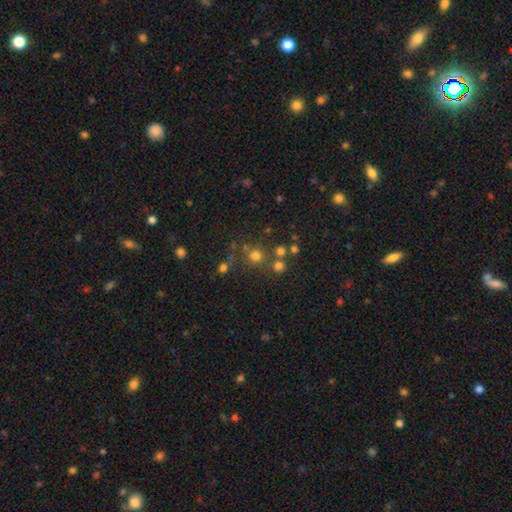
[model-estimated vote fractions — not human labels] A smooth galaxy with no disk features (56%) that is round (91%).

Vote fractions:
- Smooth or featured? smooth: 56% / star or artifact: 33% / featured or disk: 10%
- How rounded? round: 91% / in between: 8% / cigar-shaped: 1%
- Merging? none: 70% / merger: 18% / minor disturbance: 8% / major disturbance: 4%